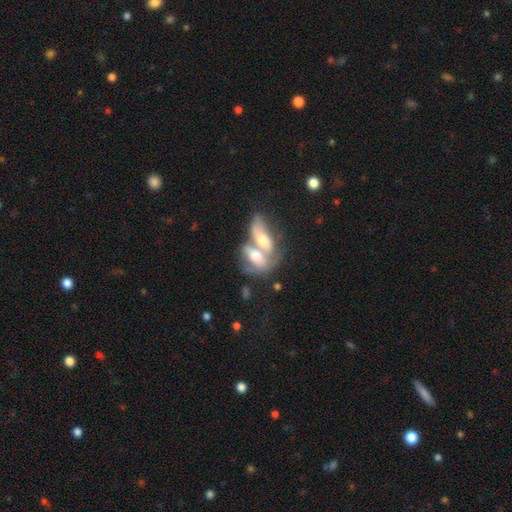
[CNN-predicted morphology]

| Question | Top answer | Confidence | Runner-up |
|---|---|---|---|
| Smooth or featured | smooth | 50% | featured or disk (43%) |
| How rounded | in between | 85% | round (8%) |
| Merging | merger | 78% | none (10%) |